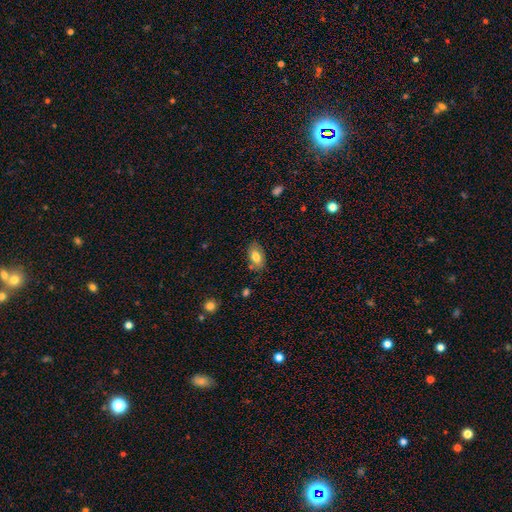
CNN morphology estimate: This is likely a smooth galaxy (75%). How rounded: clearly in between (92%). Merging: likely none (79%).